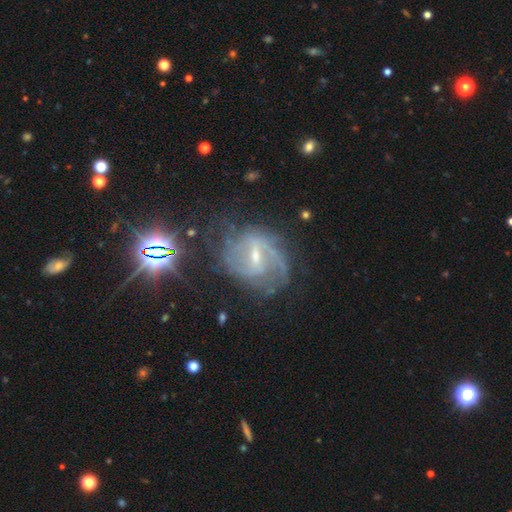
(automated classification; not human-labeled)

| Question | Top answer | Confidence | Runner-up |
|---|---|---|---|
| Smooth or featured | featured or disk | 82% | star or artifact (11%) |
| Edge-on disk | no | 97% | yes (3%) |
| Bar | weak | 51% | strong (38%) |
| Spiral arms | yes | 94% | no (6%) |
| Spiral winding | medium | 46% | tight (29%) |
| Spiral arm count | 2 | 51% | can't tell (23%) |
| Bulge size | small | 56% | moderate (36%) |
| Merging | none | 60% | minor disturbance (21%) |